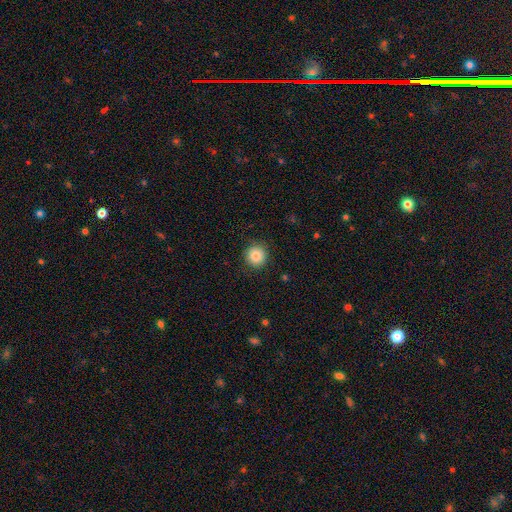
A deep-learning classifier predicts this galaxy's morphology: Q: Smooth or featured?
A: smooth (85%); runner-up: star or artifact (10%)
Q: How rounded?
A: round (94%); runner-up: in between (5%)
Q: Merging?
A: none (89%); runner-up: minor disturbance (8%)